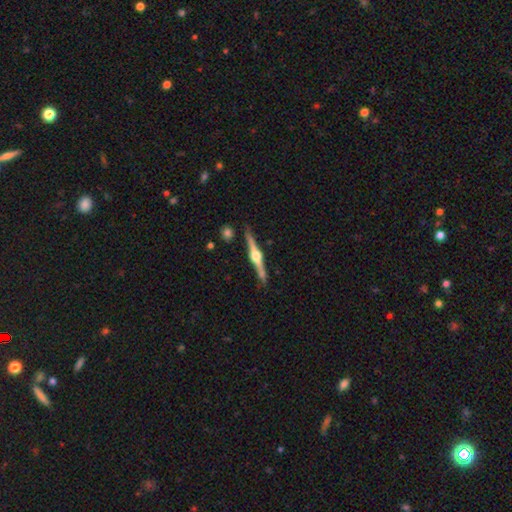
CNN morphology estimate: Overall: featured or disk (85%). Edge-on disk: yes (98%). Edge-on bulge: rounded (95%). Merging: none (87%).